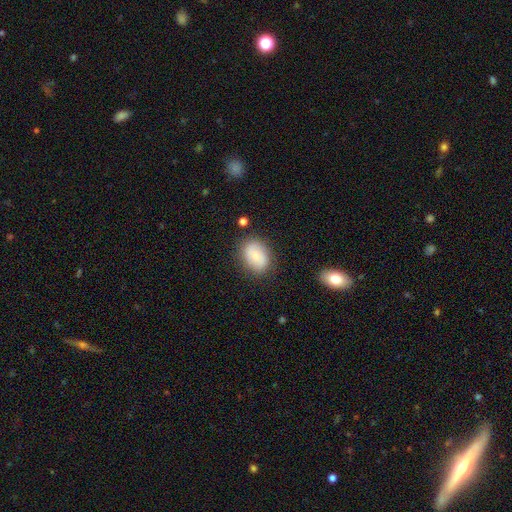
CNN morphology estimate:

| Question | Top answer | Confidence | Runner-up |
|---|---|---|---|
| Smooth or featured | smooth | 77% | featured or disk (15%) |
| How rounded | in between | 77% | round (21%) |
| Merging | none | 79% | minor disturbance (15%) |